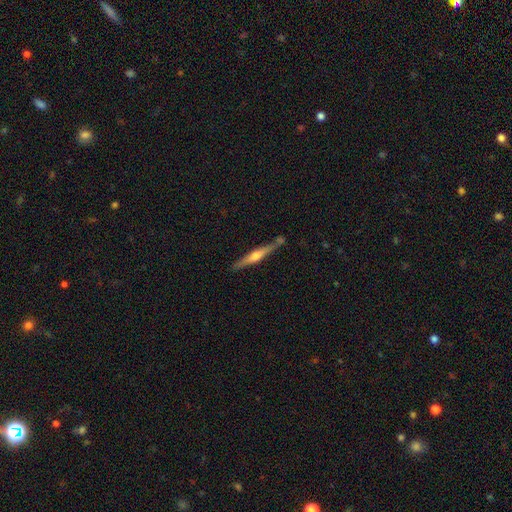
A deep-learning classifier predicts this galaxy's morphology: Smooth or featured? featured or disk (63%)
Edge-on disk? yes (97%)
Edge-on bulge? rounded (82%)
Merging? none (78%)